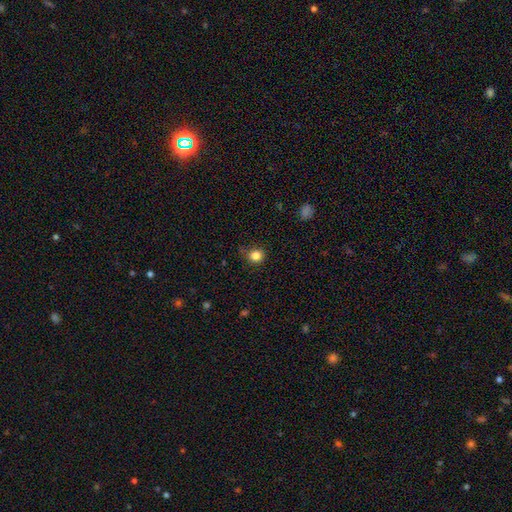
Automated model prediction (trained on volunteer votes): Smooth or featured?
  - smooth: 84% *
  - star or artifact: 12%
  - featured or disk: 4%
How rounded?
  - round: 84% *
  - in between: 15%
  - cigar-shaped: 1%
Merging?
  - none: 80% *
  - minor disturbance: 15%
  - major disturbance: 3%
  - merger: 1%